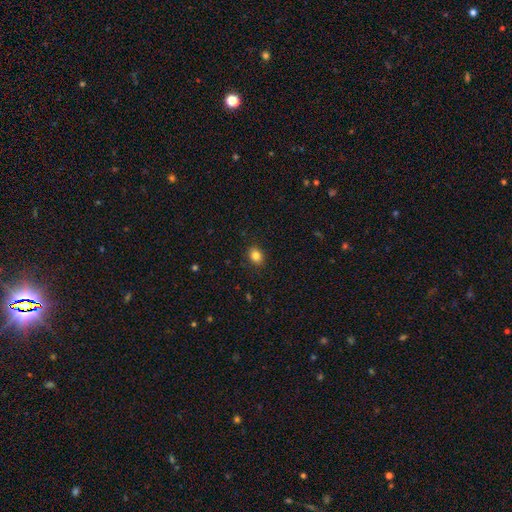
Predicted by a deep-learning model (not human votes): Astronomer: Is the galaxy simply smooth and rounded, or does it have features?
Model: smooth — 84%.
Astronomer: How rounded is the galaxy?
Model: round — 51% (runner-up: in between, 48%).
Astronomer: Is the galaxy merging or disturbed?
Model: none — 89%.